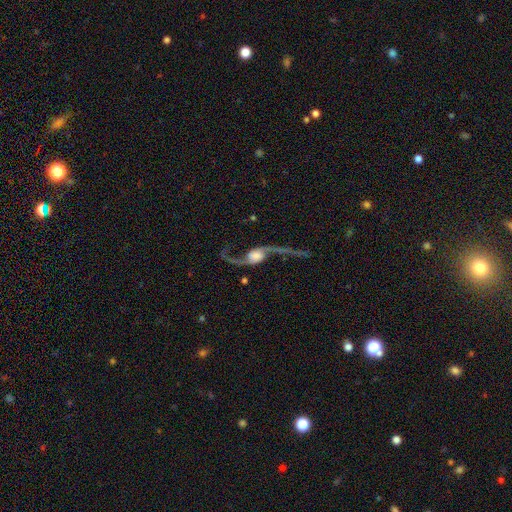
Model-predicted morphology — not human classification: This is clearly a featured or disk galaxy (90%). It is clearly not viewed edge-on (92%). Bar: possibly no (59%). Spiral arm pattern: clearly yes (97%). Spiral arm count: clearly 2 (94%). Spiral winding: clearly loose (93%). Central bulge: marginally large (36%). Merging: likely none (66%).